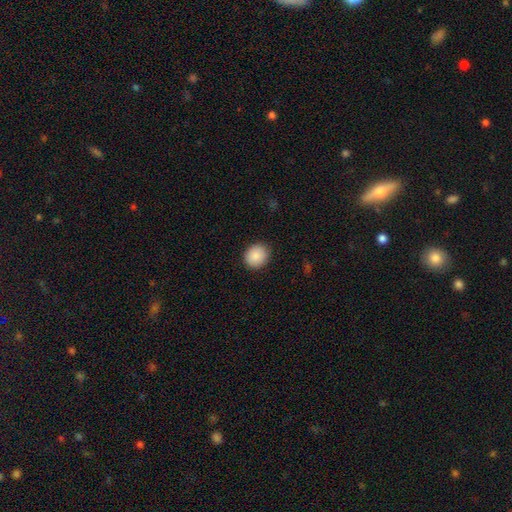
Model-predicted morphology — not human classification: The model was most divided on "how rounded": round: 79%, in between: 20%, cigar-shaped: 1%. More confident: merging — none (90%); smooth or featured — smooth (89%).